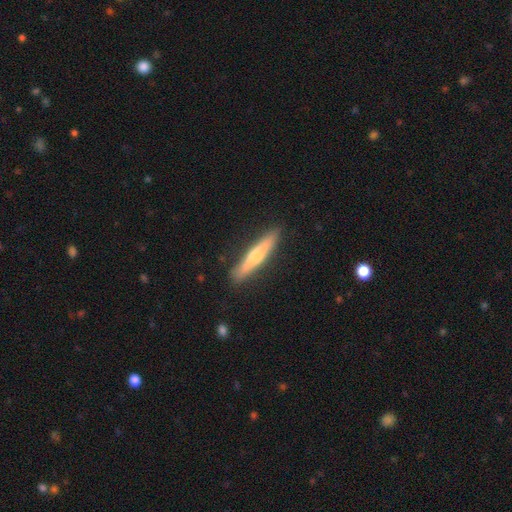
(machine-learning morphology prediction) Overall: featured or disk (50%; smooth 44%). Merging: none (89%).